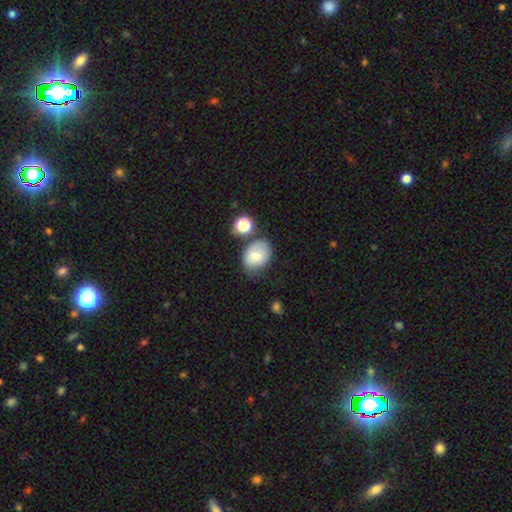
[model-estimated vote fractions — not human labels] Overall: smooth (73%). How rounded: in between (64%; round 35%). Merging: none (54%; minor disturbance 26%).